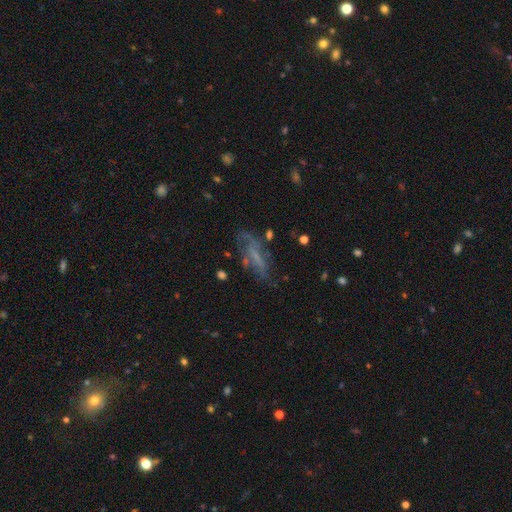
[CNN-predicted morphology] The model was most divided on "smooth or featured": featured or disk: 53%, smooth: 32%, star or artifact: 15%. Remaining: edge-on disk — no (76%); merging — none (49%).